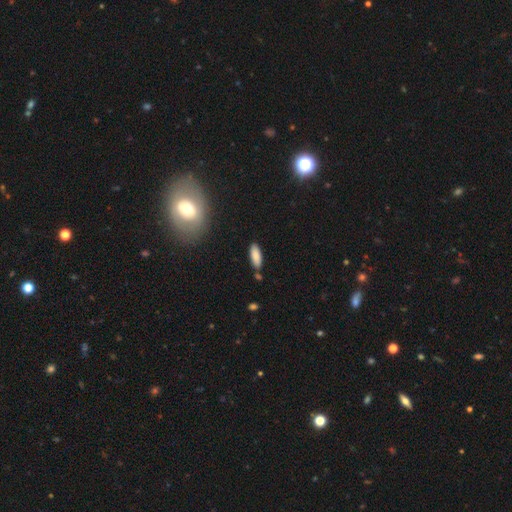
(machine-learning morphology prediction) type=smooth (85%); roundness=in between (68%); merging=none (80%).